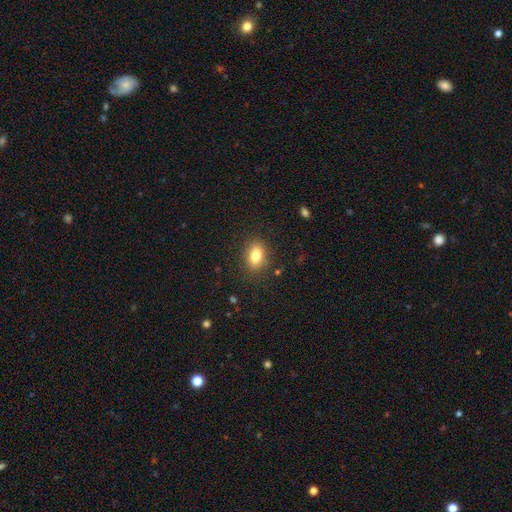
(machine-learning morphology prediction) smooth-or-featured: smooth: 80% | featured or disk: 10% | star or artifact: 10%
  how-rounded: in between: 76% | round: 22% | cigar-shaped: 2%
  merging: none: 86% | minor disturbance: 10% | major disturbance: 3% | merger: 1%